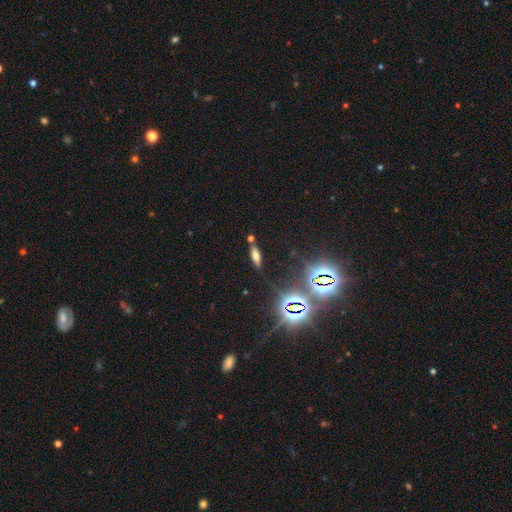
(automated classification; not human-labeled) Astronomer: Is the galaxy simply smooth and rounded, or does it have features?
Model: smooth — 48% (runner-up: star or artifact, 30%).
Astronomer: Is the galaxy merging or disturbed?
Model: none — 75%.